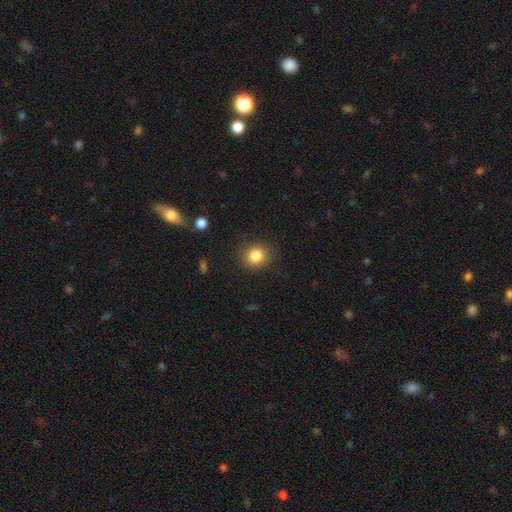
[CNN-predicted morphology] smooth 83%, star or artifact 11%, featured or disk 6%. Down the decision tree: how rounded — round (85%); merging — none (87%).